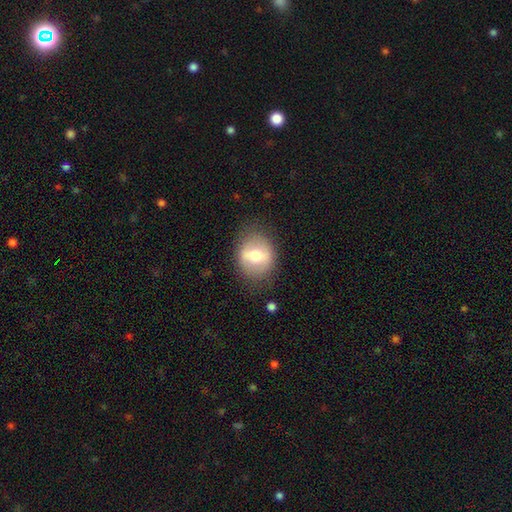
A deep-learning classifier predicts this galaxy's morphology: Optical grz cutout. It shows a smooth galaxy with no disk features (52%) that is round (58%). Merging: none (77%).